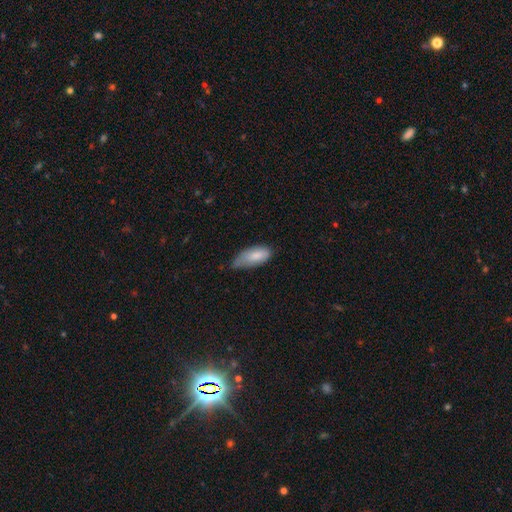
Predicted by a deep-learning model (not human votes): Overall: smooth (82%). How rounded: in between (86%). Merging: minor disturbance (50%; none 34%).